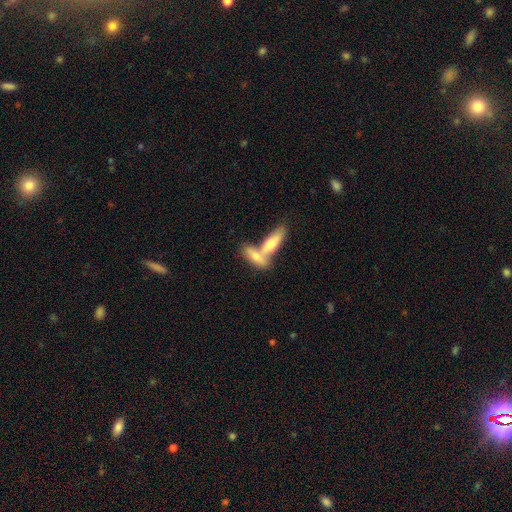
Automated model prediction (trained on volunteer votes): Q: Smooth or featured?
A: smooth (68%); runner-up: featured or disk (26%)
Q: How rounded?
A: in between (52%); runner-up: cigar-shaped (45%)
Q: Merging?
A: merger (62%); runner-up: none (28%)